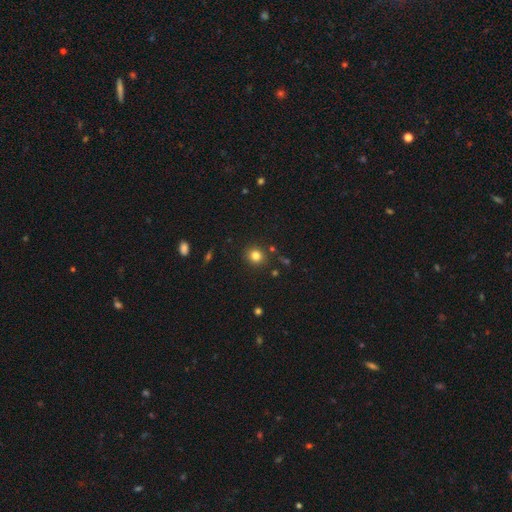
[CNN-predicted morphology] Smooth or featured?
  - smooth: 81% *
  - star or artifact: 13%
  - featured or disk: 6%
How rounded?
  - round: 85% *
  - in between: 14%
  - cigar-shaped: 1%
Merging?
  - none: 87% *
  - minor disturbance: 8%
  - merger: 3%
  - major disturbance: 3%